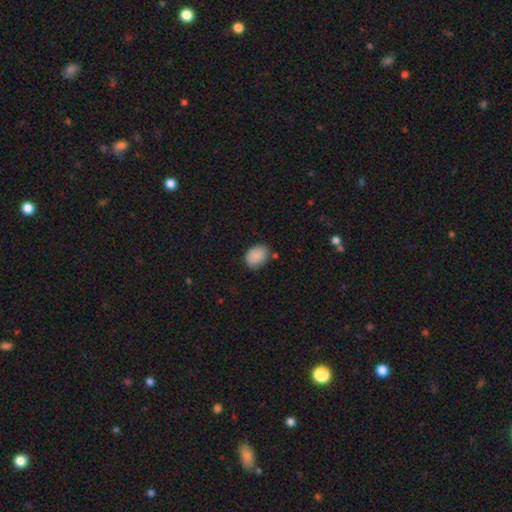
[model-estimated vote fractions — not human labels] Smooth or featured? smooth (88%)
How rounded? in between (76%)
Merging? none (73%)